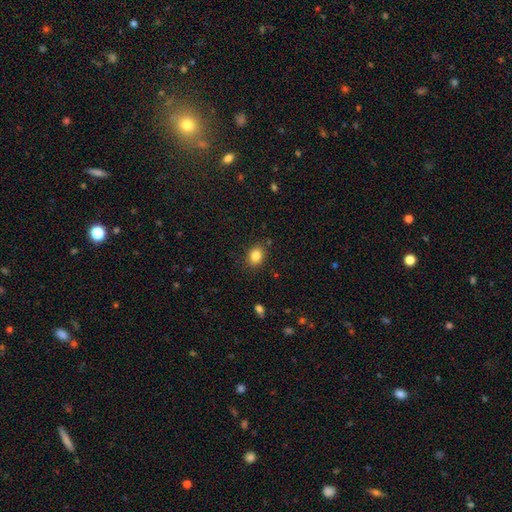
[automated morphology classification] This appears to be a smooth galaxy with no disk features (84%) that is in between round and cigar-shaped (57%). Merging: none (85%).